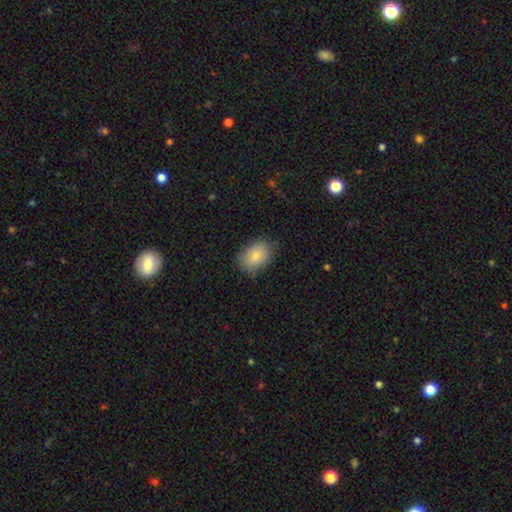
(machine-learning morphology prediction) smooth-or-featured: smooth: 81% | featured or disk: 11% | star or artifact: 8%
  how-rounded: in between: 75% | round: 24% | cigar-shaped: 1%
  merging: none: 74% | minor disturbance: 20% | major disturbance: 4% | merger: 1%